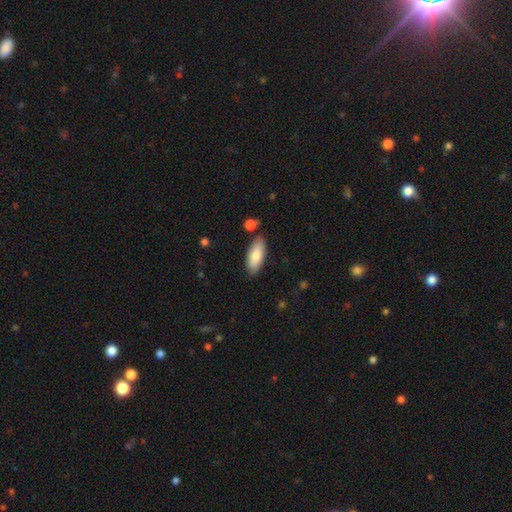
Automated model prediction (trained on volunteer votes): The model was most divided on "how rounded": in between: 82%, cigar-shaped: 16%, round: 2%. More confident: merging — none (83%); smooth or featured — smooth (81%).